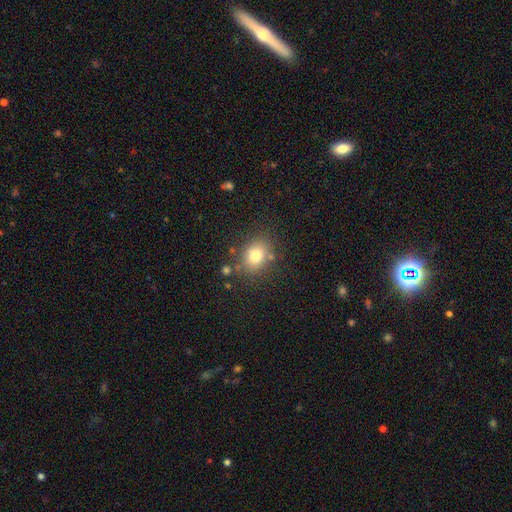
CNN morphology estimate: A smooth galaxy with no disk features (76%) that is round (52%). Merging: none (77%).